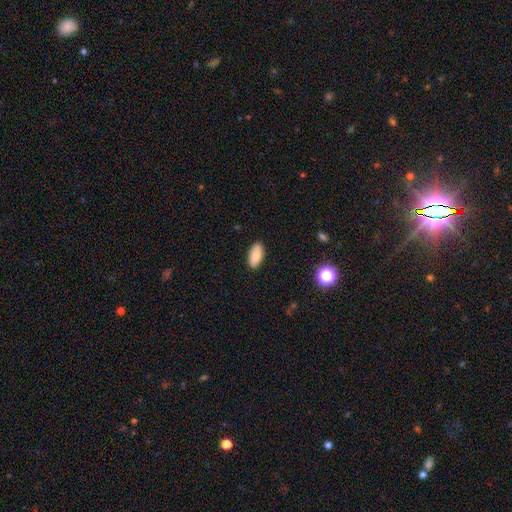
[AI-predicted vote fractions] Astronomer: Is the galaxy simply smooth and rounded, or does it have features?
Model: smooth — 83%.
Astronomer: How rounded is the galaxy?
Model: in between — 90%.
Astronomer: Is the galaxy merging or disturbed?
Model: none — 88%.